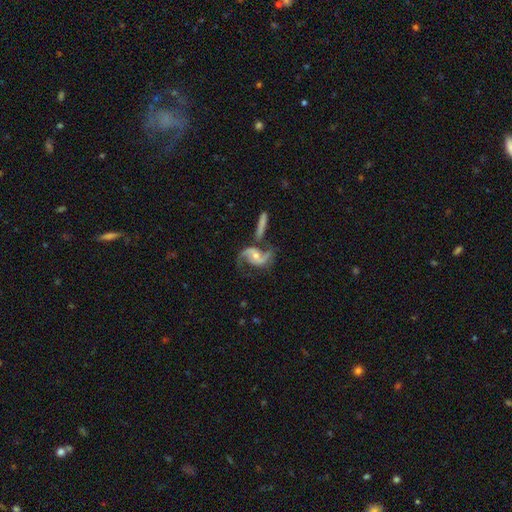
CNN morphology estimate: Q: Smooth or featured?
A: featured or disk (88%); runner-up: smooth (7%)
Q: Edge-on disk?
A: no (96%); runner-up: yes (4%)
Q: Bar?
A: no (47%); runner-up: weak (36%)
Q: Spiral arms?
A: yes (97%); runner-up: no (3%)
Q: Spiral winding?
A: loose (48%); runner-up: medium (42%)
Q: Spiral arm count?
A: 2 (91%); runner-up: 1 (3%)
Q: Bulge size?
A: small (47%); tied with: moderate (47%)
Q: Merging?
A: none (50%); runner-up: merger (22%)